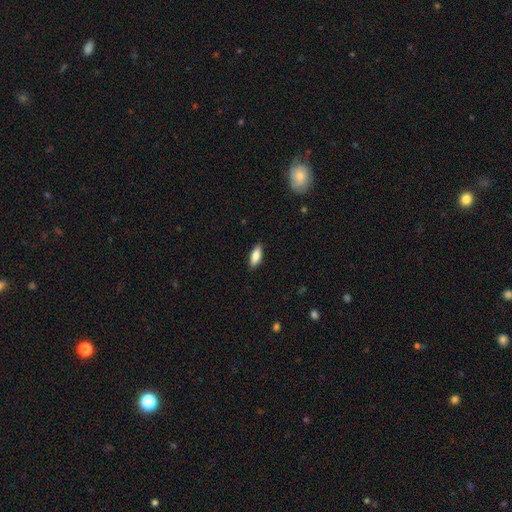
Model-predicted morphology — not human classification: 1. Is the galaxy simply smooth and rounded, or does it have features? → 81% smooth, 13% featured or disk, 6% star or artifact.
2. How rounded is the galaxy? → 73% in between, 25% cigar-shaped, 2% round.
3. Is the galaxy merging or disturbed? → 87% none, 10% minor disturbance, 2% major disturbance, 1% merger.